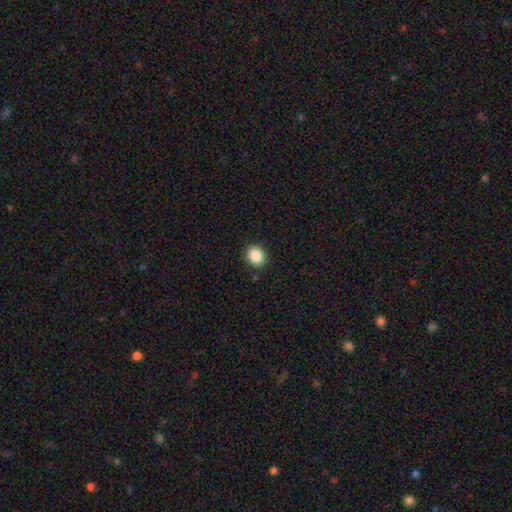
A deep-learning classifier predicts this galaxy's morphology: Smooth or featured: smooth — 88% (star or artifact — 9%)
How rounded: round — 62% (in between — 37%)
Merging: none — 88% (minor disturbance — 8%)